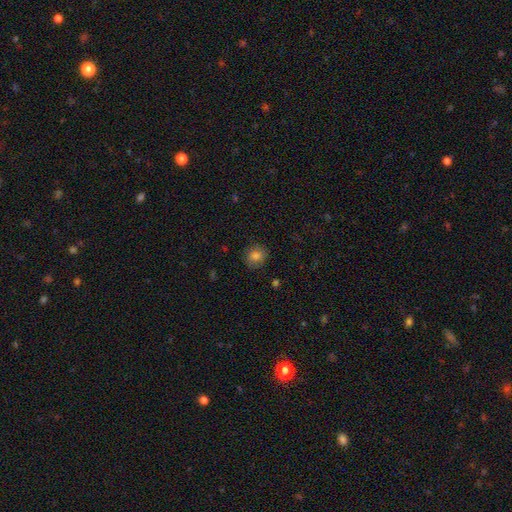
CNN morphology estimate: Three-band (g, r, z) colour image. It shows a smooth galaxy with no disk features (83%) that is round (82%). Merging: none (86%).